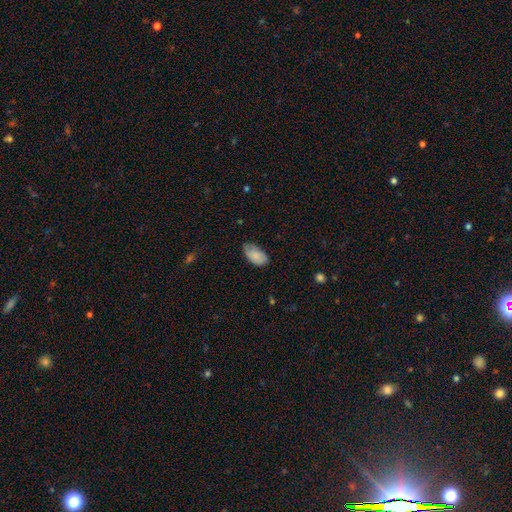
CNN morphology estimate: A smooth galaxy with no disk features (80%) that is in between round and cigar-shaped (95%). Merging: none (66%).